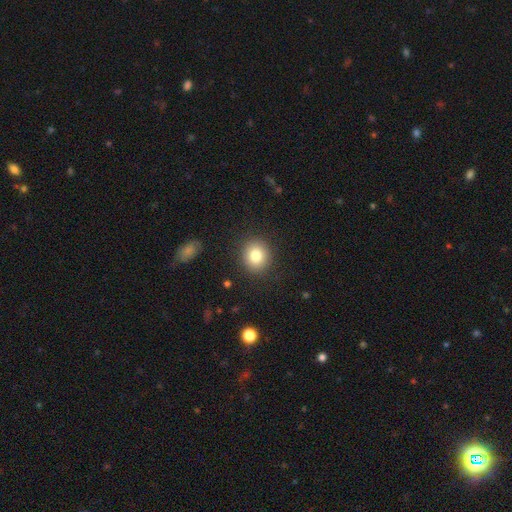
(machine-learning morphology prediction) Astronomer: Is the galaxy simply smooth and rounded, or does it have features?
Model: smooth — 82%.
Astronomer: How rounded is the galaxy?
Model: round — 82%.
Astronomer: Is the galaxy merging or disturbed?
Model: none — 89%.